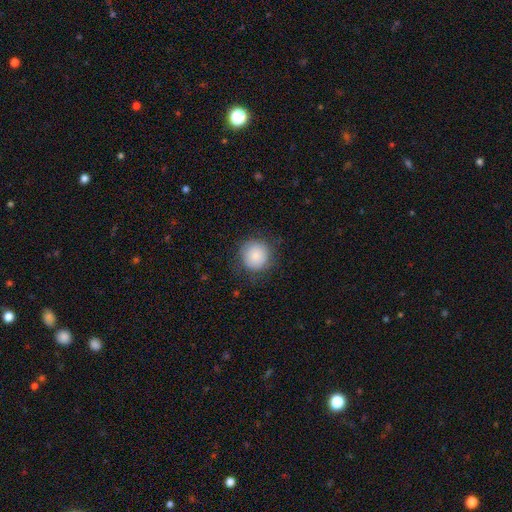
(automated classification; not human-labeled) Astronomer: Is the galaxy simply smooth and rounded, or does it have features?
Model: smooth — 84%.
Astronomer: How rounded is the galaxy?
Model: round — 93%.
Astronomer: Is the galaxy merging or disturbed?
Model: none — 81%.